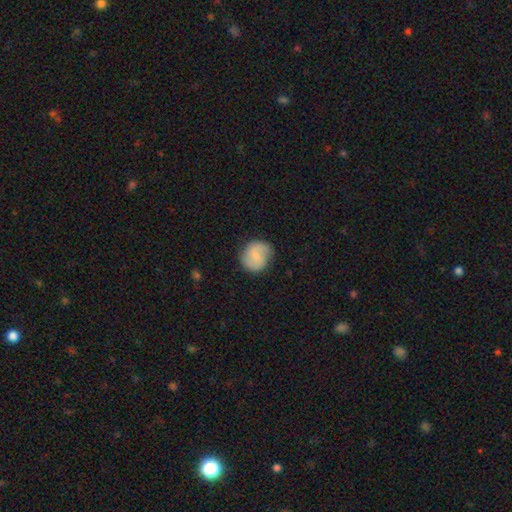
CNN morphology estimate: Overall: smooth (60%; featured or disk 33%). How rounded: round (81%). Merging: none (78%).